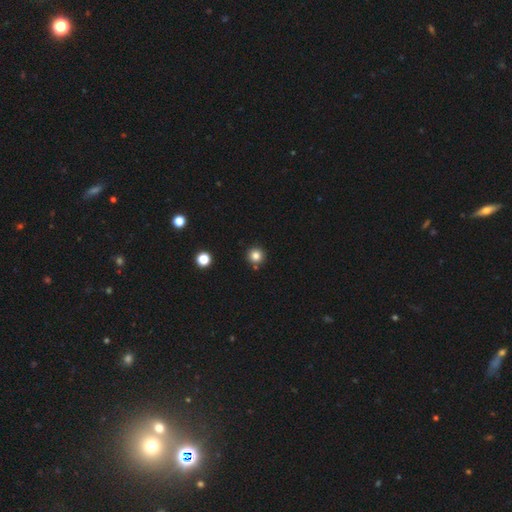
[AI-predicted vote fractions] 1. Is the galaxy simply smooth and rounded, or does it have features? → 82% smooth, 12% star or artifact, 5% featured or disk.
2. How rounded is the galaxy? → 95% round, 4% in between, 1% cigar-shaped.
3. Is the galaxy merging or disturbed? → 87% none, 6% minor disturbance, 5% merger, 2% major disturbance.